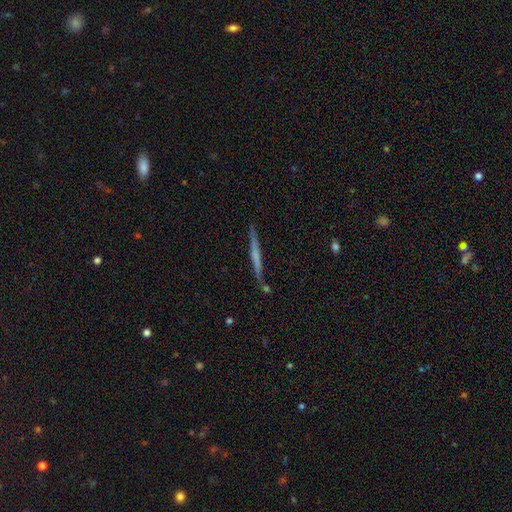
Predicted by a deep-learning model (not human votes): A featured or disk galaxy (52%) viewed edge-on (96%).

Vote fractions:
- Smooth or featured? featured or disk: 52% / smooth: 42% / star or artifact: 6%
- Edge-on disk? yes: 96% / no: 4%
- Merging? none: 84% / minor disturbance: 11% / merger: 3% / major disturbance: 2%